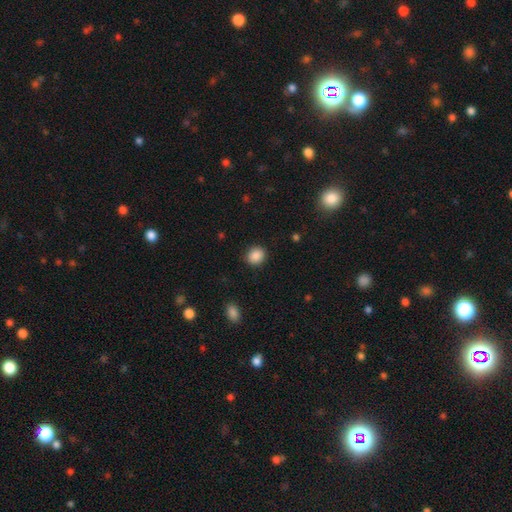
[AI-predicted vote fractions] smooth-or-featured: smooth: 88% | star or artifact: 9% | featured or disk: 3%
  how-rounded: round: 74% | in between: 25% | cigar-shaped: 1%
  merging: none: 89% | minor disturbance: 7% | major disturbance: 2% | merger: 1%